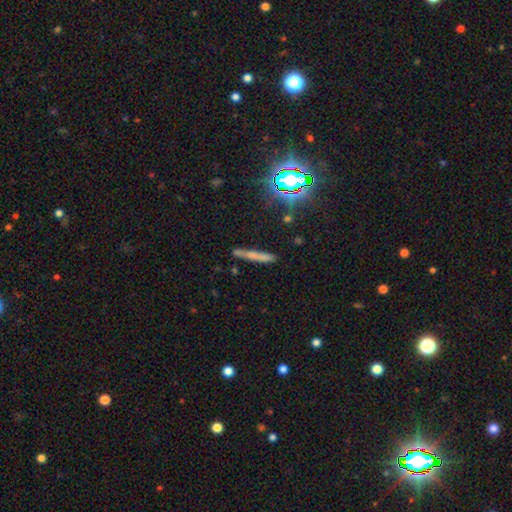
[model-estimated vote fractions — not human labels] Smooth or featured? smooth (53%)
How rounded? cigar-shaped (92%)
Merging? none (79%)